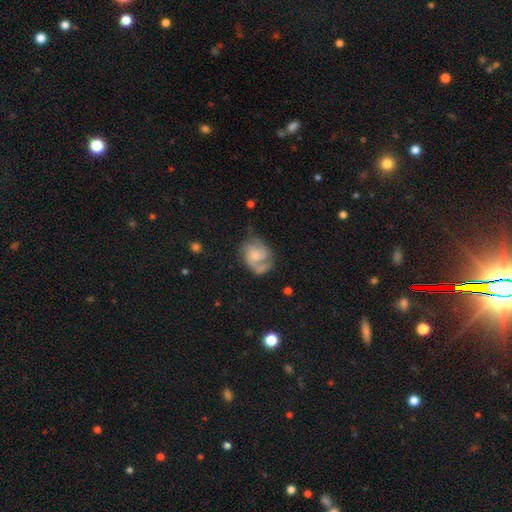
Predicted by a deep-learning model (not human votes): Morphology: type=featured or disk (79%); edge-on=no (98%); bar=no (68%); spiral arms=yes (95%); winding=medium (47%); arm count=2 (38%); bulge=small (51%); merging=none (60%).